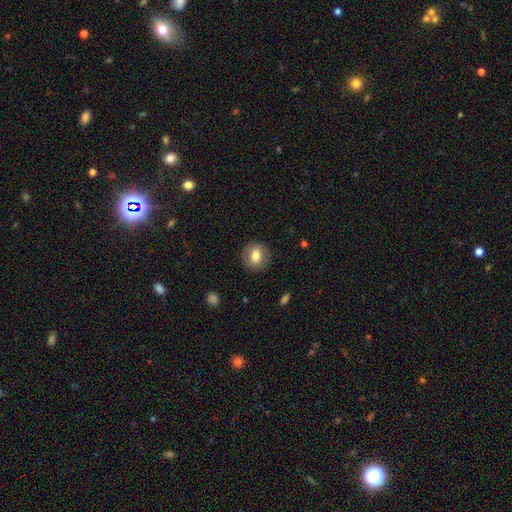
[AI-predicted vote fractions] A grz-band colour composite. It shows a smooth galaxy with no disk features (77%) that is round (82%). Merging: none (88%).